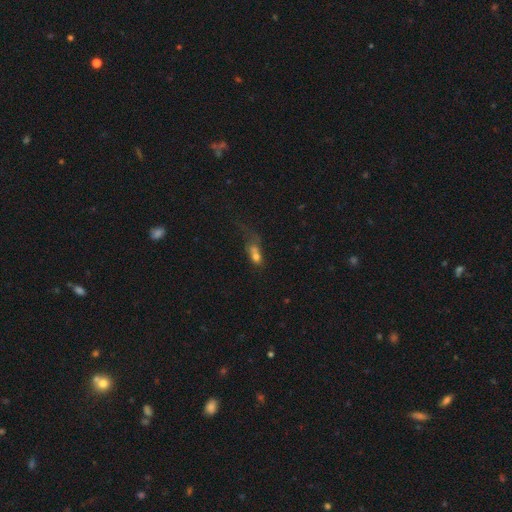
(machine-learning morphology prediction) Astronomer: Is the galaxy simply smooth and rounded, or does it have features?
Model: smooth — 64%.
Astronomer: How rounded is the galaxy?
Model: in between — 66%.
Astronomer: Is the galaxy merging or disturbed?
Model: merger — 44% (runner-up: major disturbance, 26%).